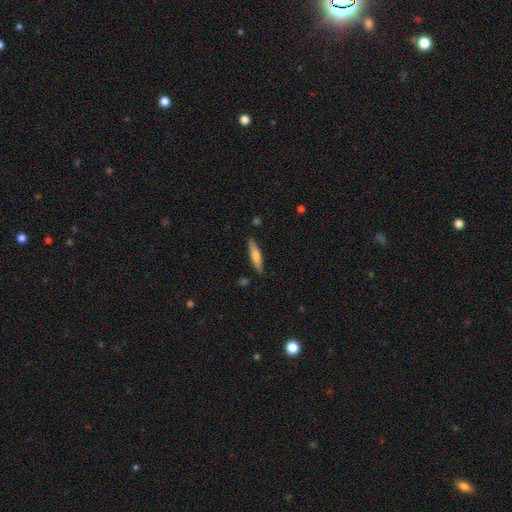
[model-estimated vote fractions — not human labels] Smooth or featured?
  - smooth: 64% *
  - featured or disk: 30%
  - star or artifact: 6%
How rounded?
  - cigar-shaped: 83% *
  - in between: 15%
  - round: 1%
Merging?
  - none: 88% *
  - minor disturbance: 9%
  - major disturbance: 2%
  - merger: 2%